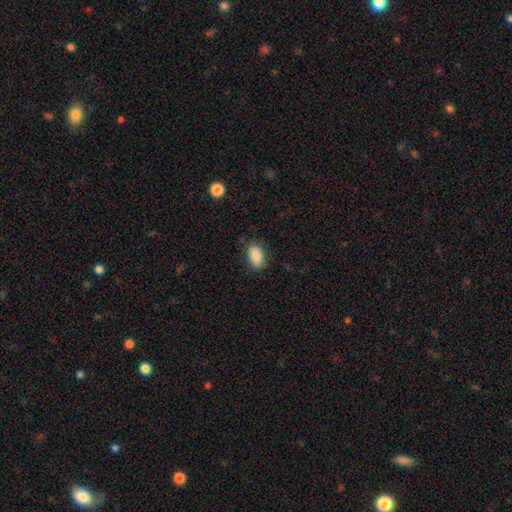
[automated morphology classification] A smooth galaxy with no disk features (87%) that is in between round and cigar-shaped (91%).

Vote fractions:
- Smooth or featured? smooth: 87% / star or artifact: 8% / featured or disk: 5%
- How rounded? in between: 91% / round: 6% / cigar-shaped: 2%
- Merging? none: 82% / minor disturbance: 14% / major disturbance: 3% / merger: 1%